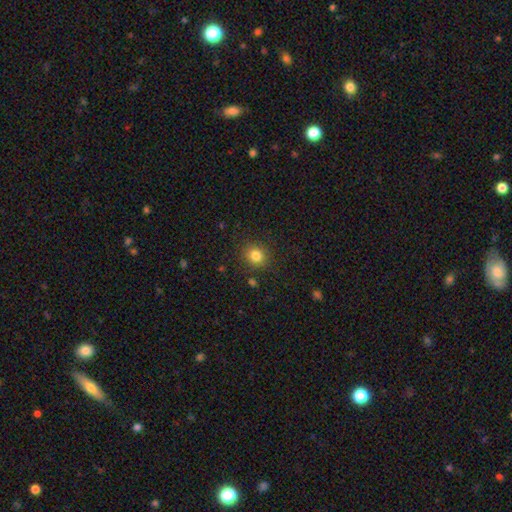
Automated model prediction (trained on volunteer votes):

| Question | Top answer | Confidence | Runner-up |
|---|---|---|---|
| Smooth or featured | smooth | 82% | star or artifact (12%) |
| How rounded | round | 80% | in between (19%) |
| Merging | none | 88% | minor disturbance (8%) |